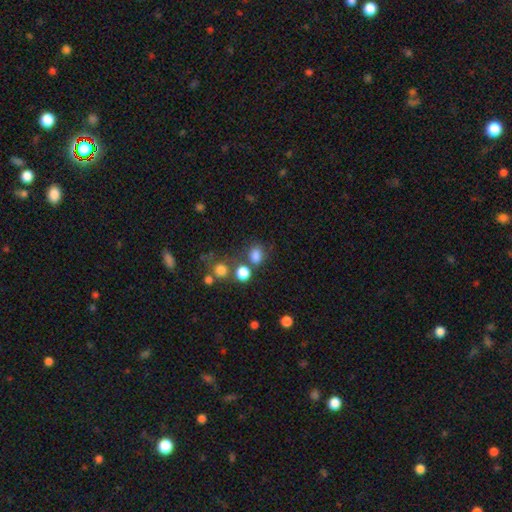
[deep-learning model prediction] Morphology: type=smooth (80%); roundness=round (50%); merging=none (63%).